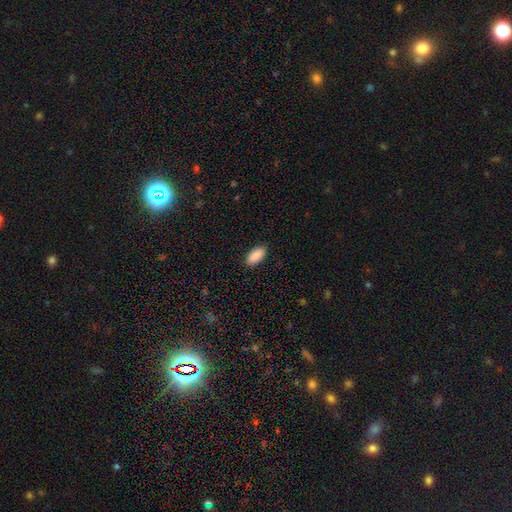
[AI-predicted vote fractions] smooth_or_featured: smooth (p=0.90) [alt: star or artifact p=0.06]
how_rounded: in between (p=0.90) [alt: cigar-shaped p=0.08]
merging: none (p=0.90) [alt: minor disturbance p=0.07]